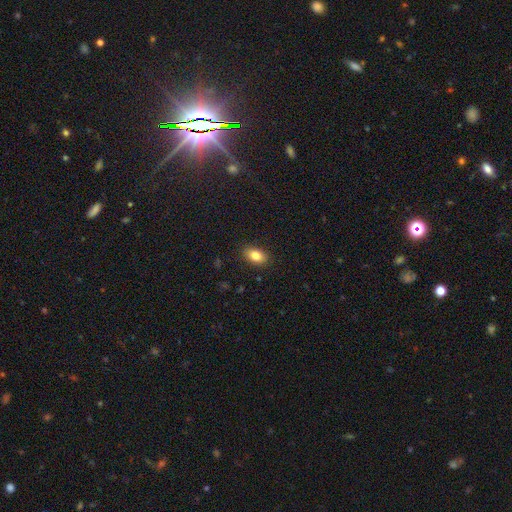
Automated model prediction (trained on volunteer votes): Q: Smooth or featured?
A: smooth (83%); runner-up: star or artifact (9%)
Q: How rounded?
A: in between (87%); runner-up: round (11%)
Q: Merging?
A: none (88%); runner-up: minor disturbance (9%)